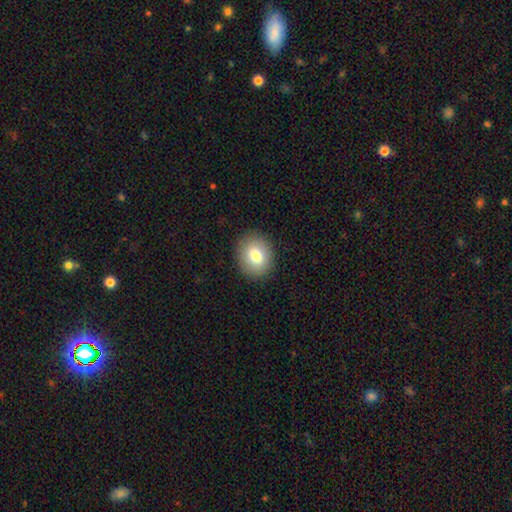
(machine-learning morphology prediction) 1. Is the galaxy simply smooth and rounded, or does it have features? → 77% smooth, 14% featured or disk, 9% star or artifact.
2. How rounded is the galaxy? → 66% round, 34% in between, 1% cigar-shaped.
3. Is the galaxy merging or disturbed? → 90% none, 7% minor disturbance, 2% major disturbance, 1% merger.